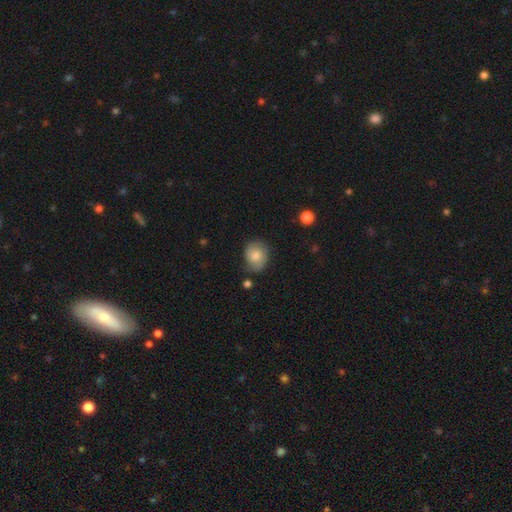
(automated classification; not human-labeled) smooth-or-featured: smooth: 68% | featured or disk: 25% | star or artifact: 8%
  how-rounded: round: 56% | in between: 43% | cigar-shaped: 1%
  merging: none: 68% | minor disturbance: 24% | major disturbance: 6% | merger: 3%